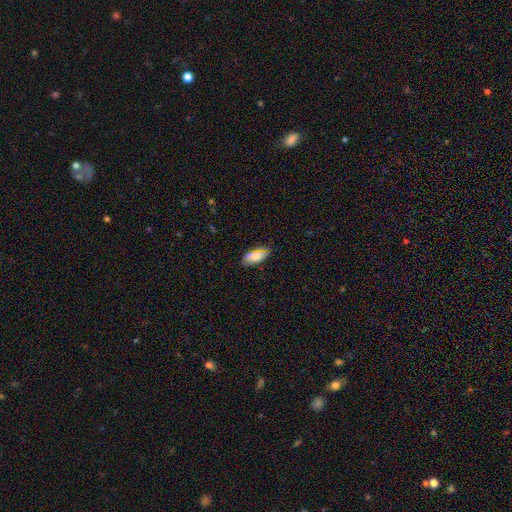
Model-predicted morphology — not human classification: Smooth or featured?
  - smooth: 72% *
  - featured or disk: 19%
  - star or artifact: 9%
How rounded?
  - in between: 89% *
  - cigar-shaped: 8%
  - round: 3%
Merging?
  - none: 77% *
  - minor disturbance: 18%
  - major disturbance: 4%
  - merger: 1%